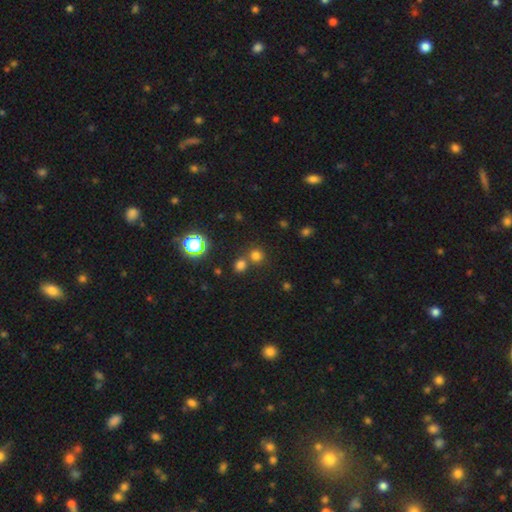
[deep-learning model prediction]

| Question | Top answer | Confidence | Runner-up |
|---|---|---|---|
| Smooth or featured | smooth | 69% | star or artifact (25%) |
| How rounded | round | 87% | in between (11%) |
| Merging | none | 61% | merger (30%) |